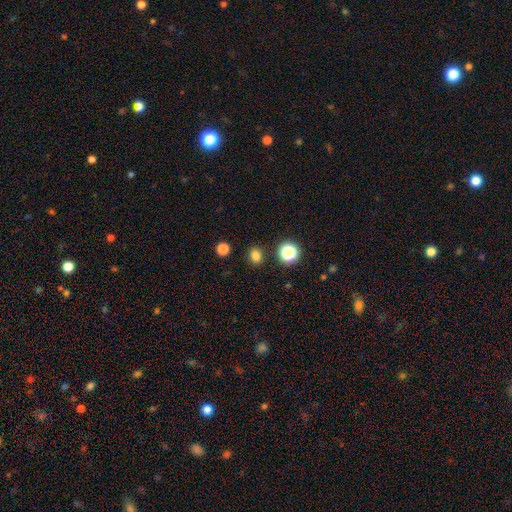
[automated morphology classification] A smooth galaxy with no disk features (80%) that is round (63%). Merging: none (88%).